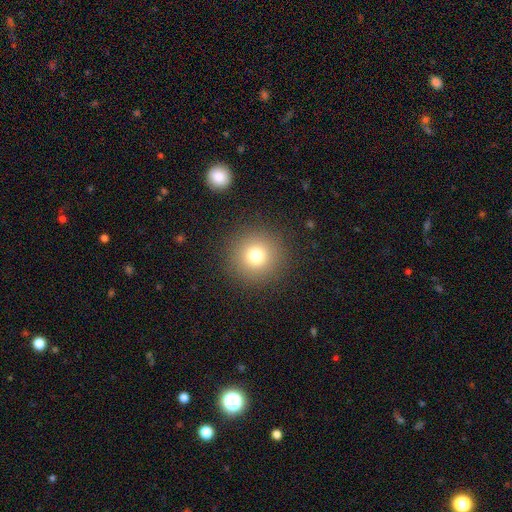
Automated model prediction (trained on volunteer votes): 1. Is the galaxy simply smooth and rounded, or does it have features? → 76% smooth, 14% star or artifact, 10% featured or disk.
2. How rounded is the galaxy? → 96% round, 3% in between, 1% cigar-shaped.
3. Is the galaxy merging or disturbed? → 91% none, 5% minor disturbance, 3% major disturbance, 1% merger.